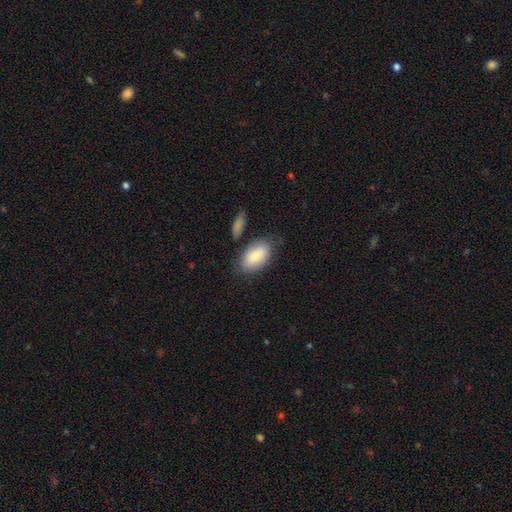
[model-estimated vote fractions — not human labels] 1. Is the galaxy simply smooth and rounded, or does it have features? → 83% smooth, 11% featured or disk, 6% star or artifact.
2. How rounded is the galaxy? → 93% in between, 4% round, 2% cigar-shaped.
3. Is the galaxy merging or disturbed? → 68% none, 18% minor disturbance, 9% merger, 5% major disturbance.